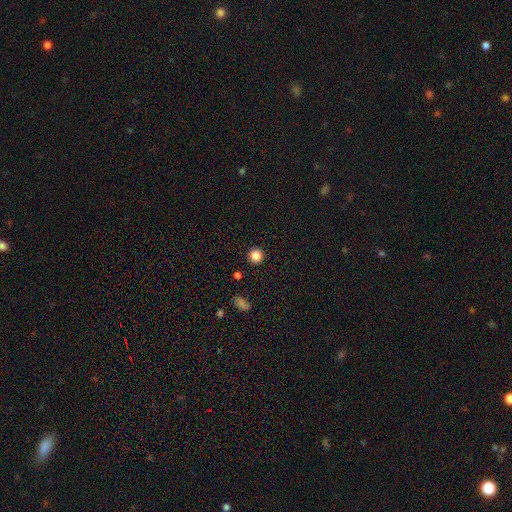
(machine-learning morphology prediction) smooth 84%, star or artifact 12%, featured or disk 4%. Down the decision tree: how rounded — round (94%); merging — none (92%).